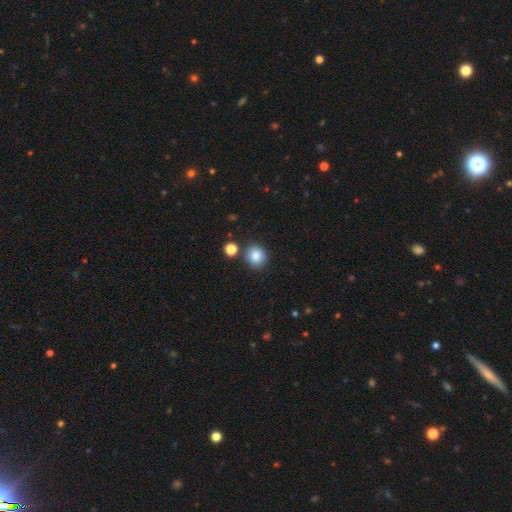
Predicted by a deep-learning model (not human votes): Smooth or featured?
  - smooth: 85% *
  - star or artifact: 10%
  - featured or disk: 5%
How rounded?
  - round: 79% *
  - in between: 20%
  - cigar-shaped: 1%
Merging?
  - none: 82% *
  - minor disturbance: 9%
  - merger: 7%
  - major disturbance: 3%